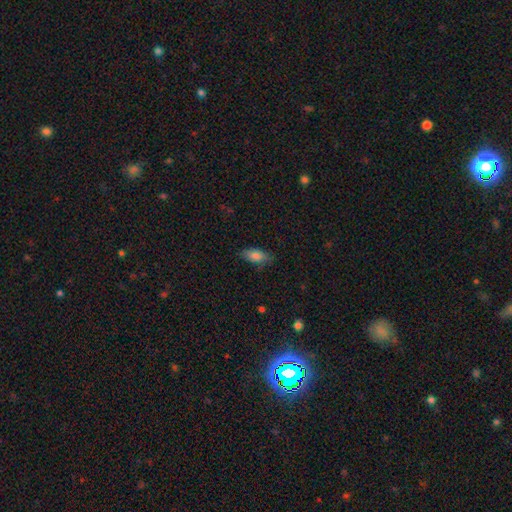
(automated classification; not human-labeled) Overall: smooth (82%). How rounded: in between (84%). Merging: none (82%).